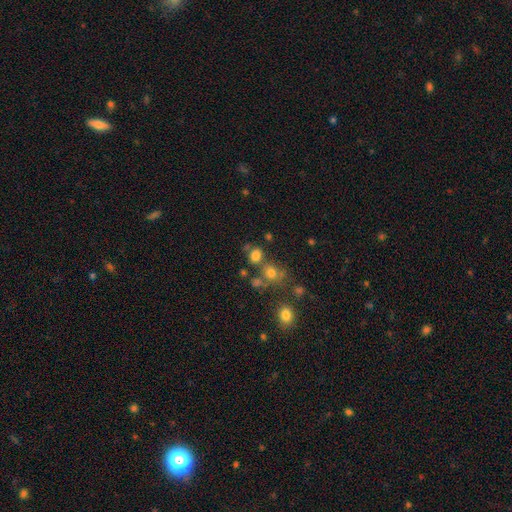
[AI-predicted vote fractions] The model was most divided on "how rounded": round: 67%, in between: 32%, cigar-shaped: 1%. More confident: smooth or featured — smooth (74%); merging — none (59%).